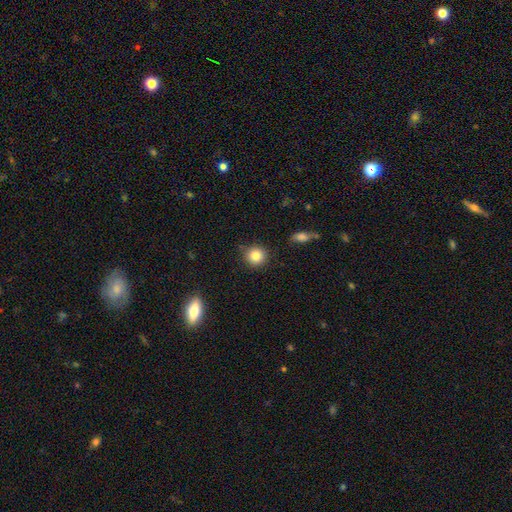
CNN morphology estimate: Overall: smooth (84%). How rounded: round (91%). Merging: none (86%).